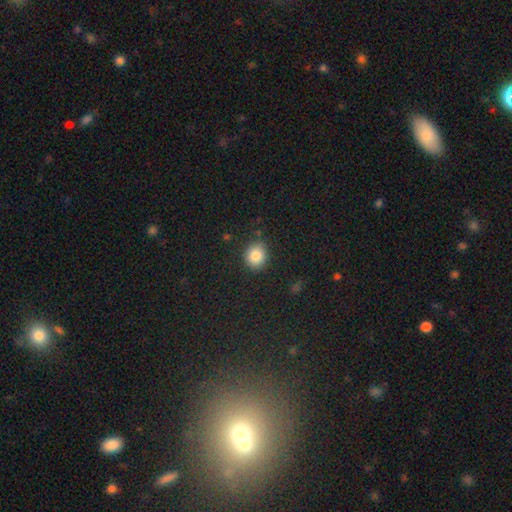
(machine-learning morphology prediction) smooth_or_featured: smooth (p=0.85) [alt: star or artifact p=0.09]
how_rounded: round (p=0.75) [alt: in between p=0.24]
merging: none (p=0.84) [alt: minor disturbance p=0.11]